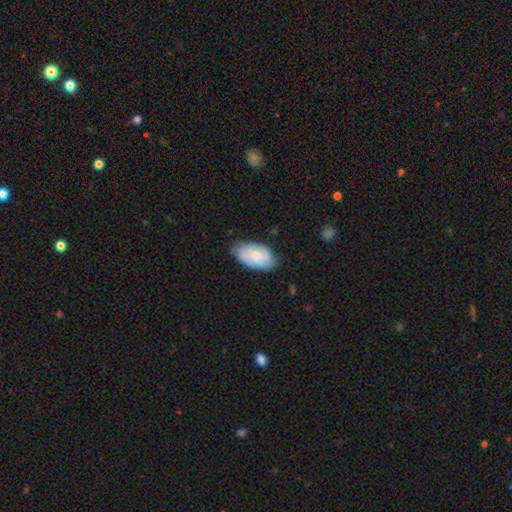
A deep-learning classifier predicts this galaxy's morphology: A smooth galaxy with no disk features (59%) that is in between round and cigar-shaped (94%).

Vote fractions:
- Smooth or featured? smooth: 59% / featured or disk: 35% / star or artifact: 6%
- How rounded? in between: 94% / round: 4% / cigar-shaped: 2%
- Merging? none: 68% / minor disturbance: 26% / major disturbance: 5% / merger: 1%